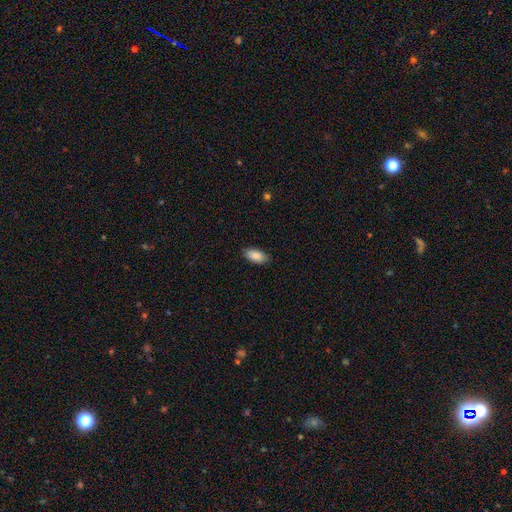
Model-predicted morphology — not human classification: Q: Smooth or featured?
A: smooth (87%); runner-up: star or artifact (6%)
Q: How rounded?
A: in between (91%); runner-up: cigar-shaped (6%)
Q: Merging?
A: none (87%); runner-up: minor disturbance (10%)